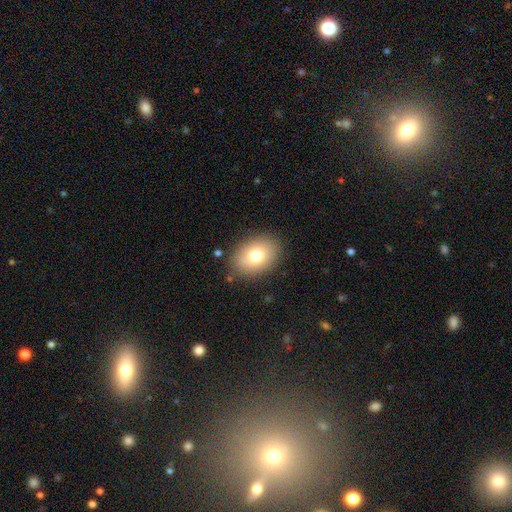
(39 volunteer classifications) Volunteers were most divided on "how rounded": in between: 70%, round: 27%, cigar-shaped: 3%. More confident: merging — none (83%); smooth or featured — smooth (77%).